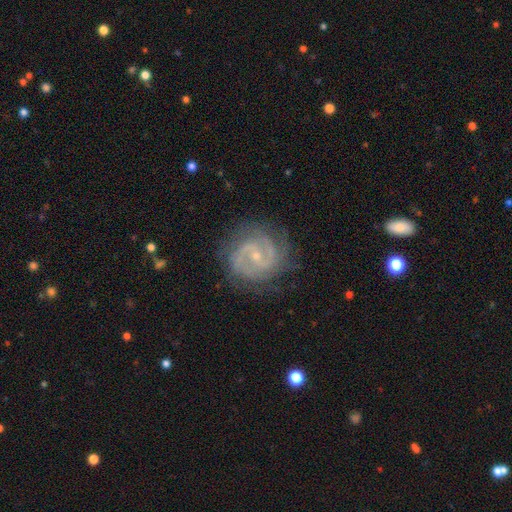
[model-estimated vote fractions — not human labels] Smooth or featured? Predicted: featured or disk (p=0.88). Edge-on disk? Predicted: no (p=0.98). Bar? Predicted: no (p=0.46). Spiral arms? Predicted: yes (p=0.97). Spiral winding? Predicted: tight (p=0.46). Spiral arm count? Predicted: 2 (p=0.70). Bulge size? Predicted: small (p=0.77). Merging? Predicted: none (p=0.79).